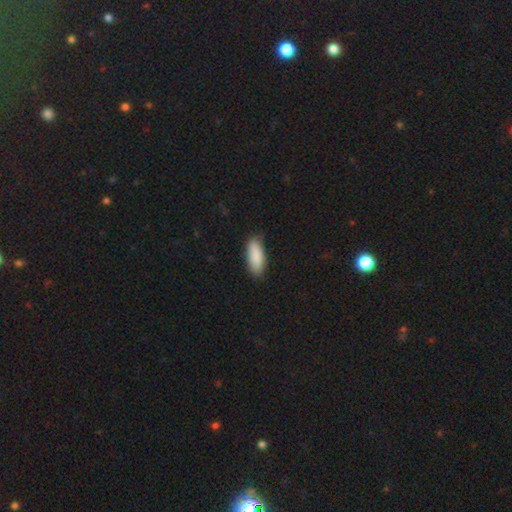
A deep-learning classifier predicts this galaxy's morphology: Smooth or featured: smooth — 89% (star or artifact — 6%)
How rounded: in between — 76% (cigar-shaped — 23%)
Merging: none — 80% (minor disturbance — 16%)